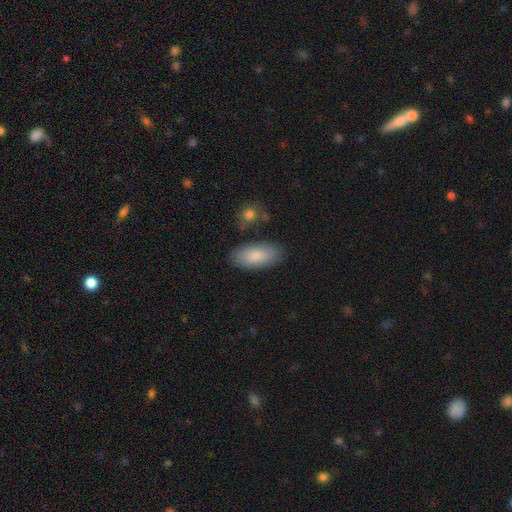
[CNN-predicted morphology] Smooth or featured? Predicted: smooth (p=0.84). How rounded? Predicted: in between (p=0.90). Merging? Predicted: none (p=0.80).